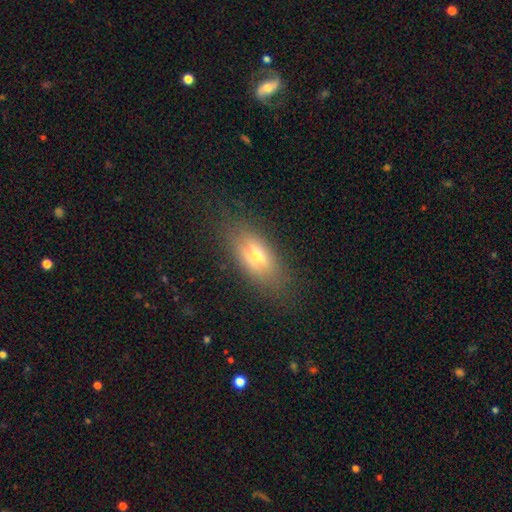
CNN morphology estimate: smooth 53%, featured or disk 36%, star or artifact 11%. Down the decision tree: how rounded — in between (77%); merging — none (80%).